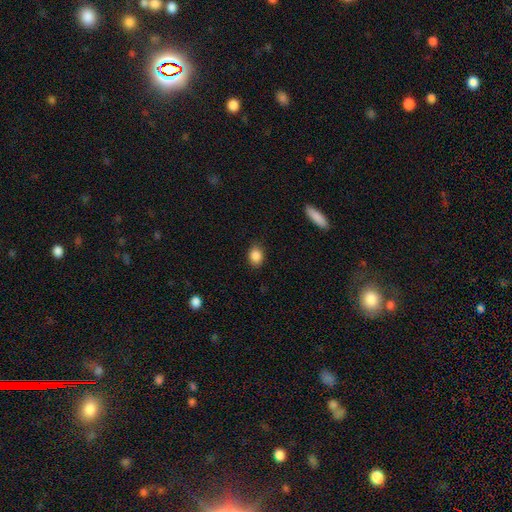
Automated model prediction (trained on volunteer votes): Morphology: type=smooth (87%); roundness=in between (59%); merging=none (85%).